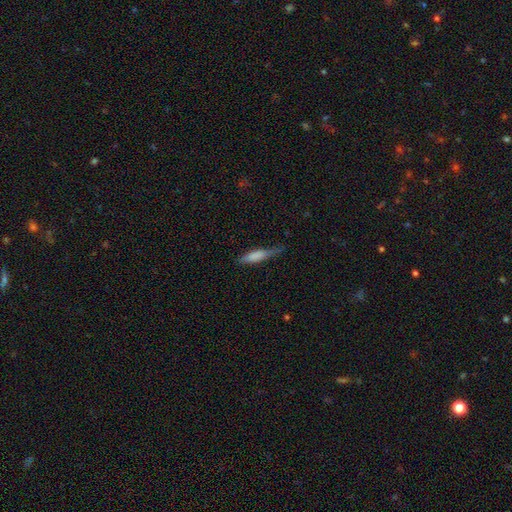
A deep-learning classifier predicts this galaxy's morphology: This is likely a smooth galaxy (70%). How rounded: likely cigar-shaped (77%). Merging: possibly none (55%).